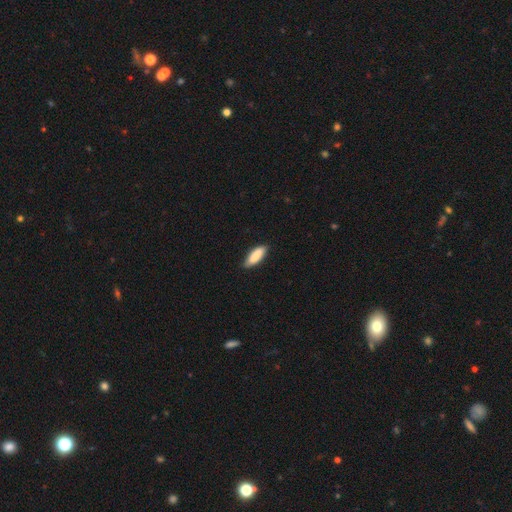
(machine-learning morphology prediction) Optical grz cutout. It shows a smooth galaxy with no disk features (88%) that is in between round and cigar-shaped (65%). Merging: none (83%).